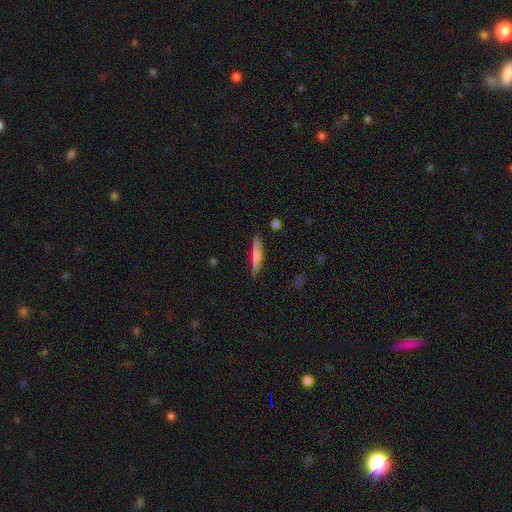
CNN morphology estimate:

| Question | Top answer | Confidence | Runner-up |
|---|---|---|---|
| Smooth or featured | smooth | 67% | featured or disk (27%) |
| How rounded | cigar-shaped | 90% | in between (8%) |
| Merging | none | 85% | minor disturbance (11%) |